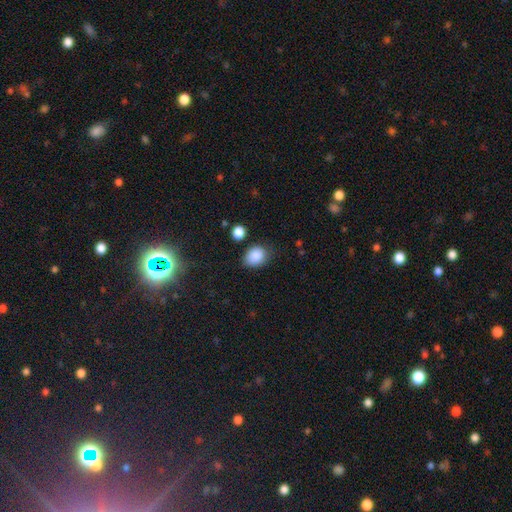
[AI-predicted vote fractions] Overall: smooth (87%). How rounded: in between (59%; round 40%). Merging: none (68%).